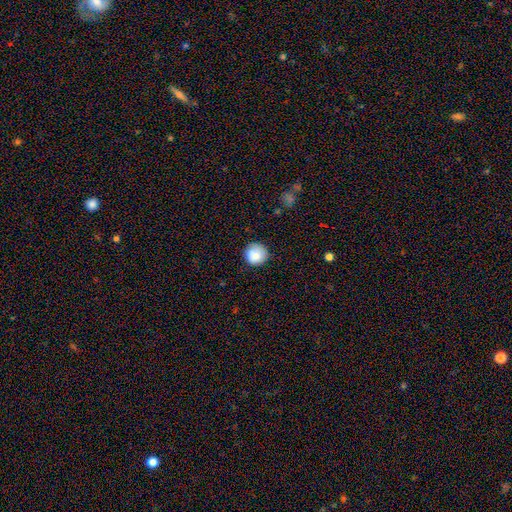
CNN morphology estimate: smooth 85%, star or artifact 9%, featured or disk 7%. Down the decision tree: how rounded — round (94%); merging — none (84%).